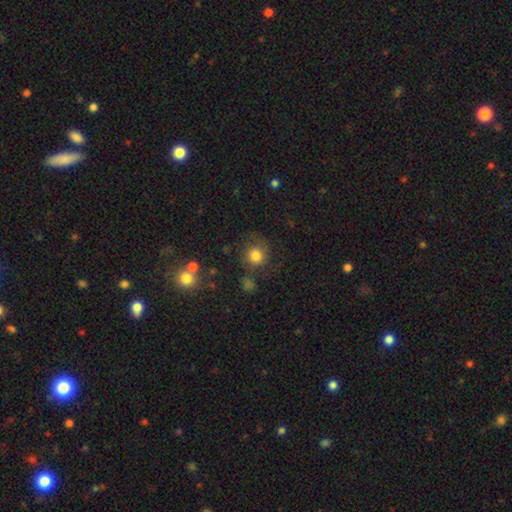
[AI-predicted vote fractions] A smooth galaxy with no disk features (77%) that is round (90%).

Vote fractions:
- Smooth or featured? smooth: 77% / star or artifact: 12% / featured or disk: 11%
- How rounded? round: 90% / in between: 9% / cigar-shaped: 1%
- Merging? none: 70% / minor disturbance: 16% / major disturbance: 9% / merger: 5%